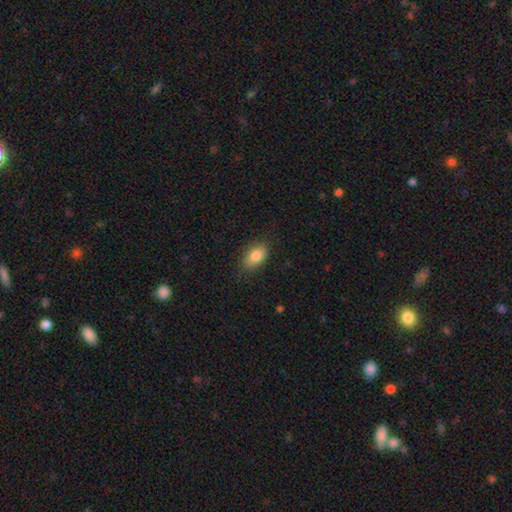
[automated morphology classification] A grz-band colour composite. It shows a smooth galaxy with no disk features (83%) that is in between round and cigar-shaped (90%). Merging: none (83%).